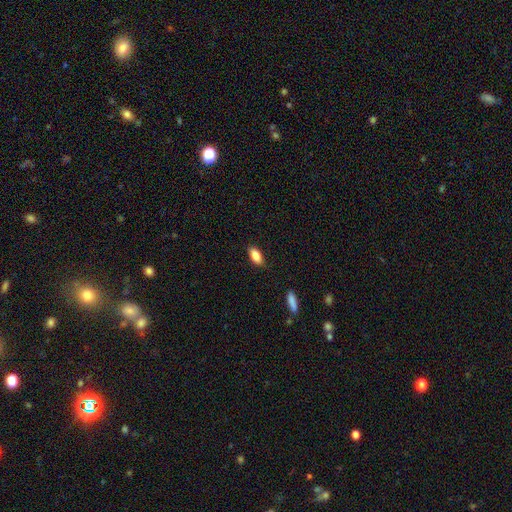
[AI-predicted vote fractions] This is clearly a smooth galaxy (83%). How rounded: clearly in between (85%). Merging: clearly none (86%).